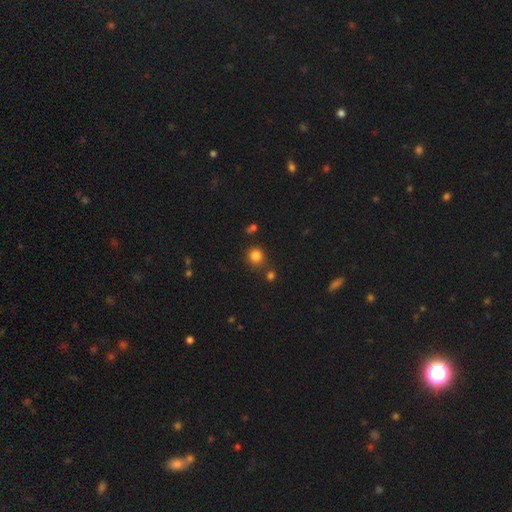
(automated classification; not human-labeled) This appears to be a smooth galaxy with no disk features (81%) that is round (89%). Merging: none (76%).